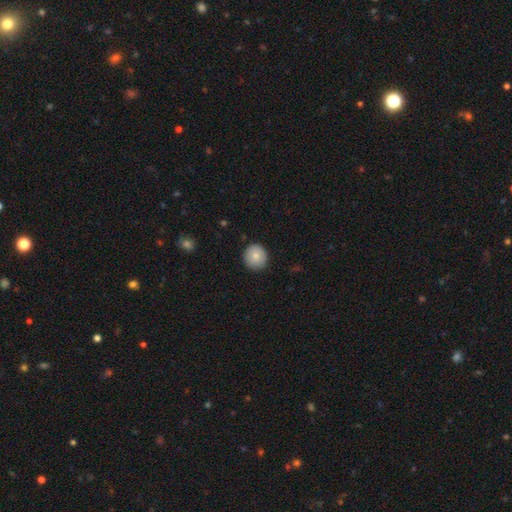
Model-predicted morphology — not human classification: This is clearly a smooth galaxy (82%). How rounded: clearly round (91%). Merging: clearly none (90%).